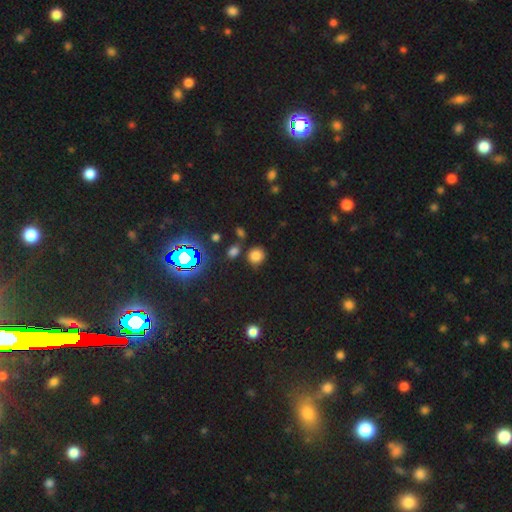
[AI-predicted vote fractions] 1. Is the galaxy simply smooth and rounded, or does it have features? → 73% smooth, 21% star or artifact, 6% featured or disk.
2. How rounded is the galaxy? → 88% round, 11% in between, 1% cigar-shaped.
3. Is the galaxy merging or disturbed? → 79% none, 10% minor disturbance, 7% merger, 4% major disturbance.